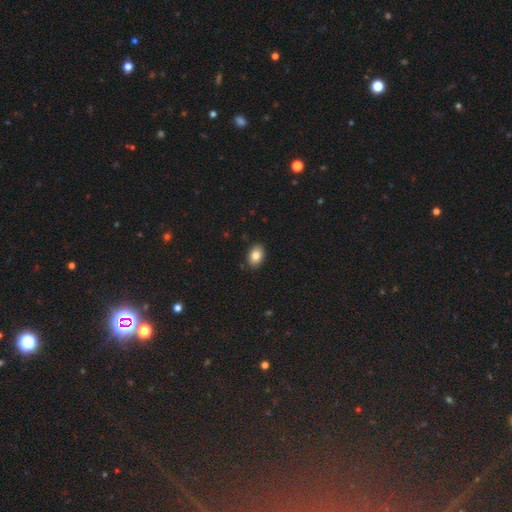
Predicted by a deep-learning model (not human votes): Smooth or featured: smooth — 84% (star or artifact — 8%)
How rounded: in between — 80% (round — 19%)
Merging: none — 89% (minor disturbance — 8%)